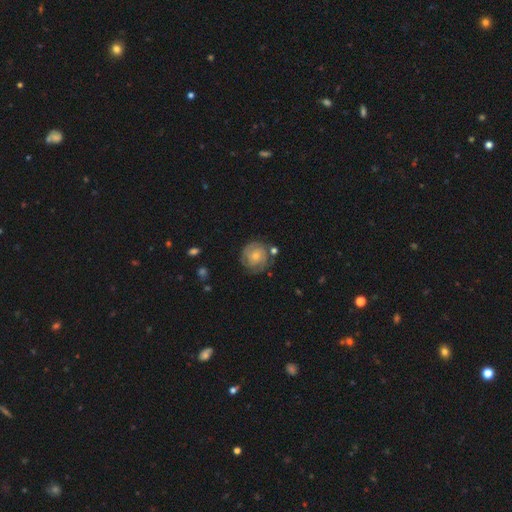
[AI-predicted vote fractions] This is likely a featured or disk galaxy (74%). It is clearly not viewed edge-on (98%). Bar: likely no (74%). Spiral arm pattern: clearly yes (93%). Spiral arm count: marginally 2 (33%). Spiral winding: likely tight (69%). Central bulge: possibly small (56%). Merging: likely none (75%).